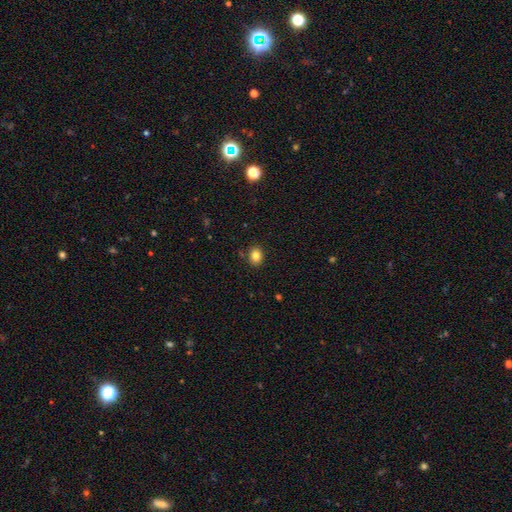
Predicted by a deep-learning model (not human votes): This is clearly a smooth galaxy (82%). How rounded: possibly in between (52%). Merging: clearly none (86%).